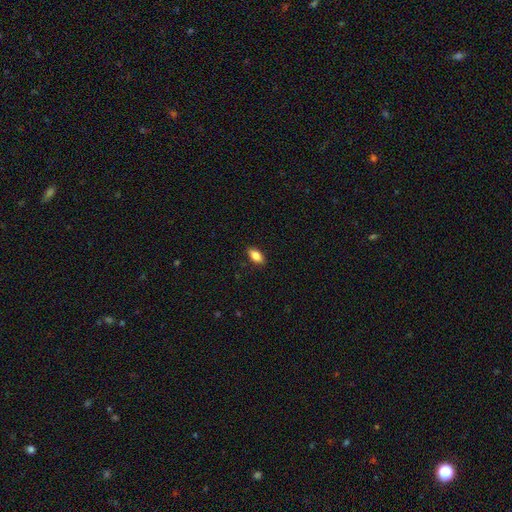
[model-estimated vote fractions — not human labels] This appears to be a smooth galaxy with no disk features (83%) that is in between round and cigar-shaped (87%). Merging: none (88%).